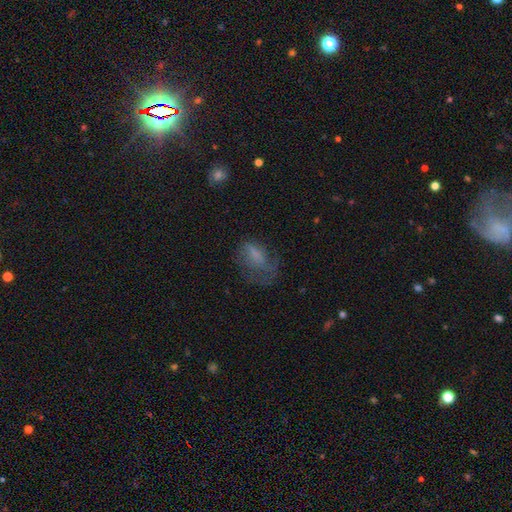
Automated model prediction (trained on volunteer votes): This is possibly a smooth galaxy (54%). How rounded: likely in between (80%). Merging: marginally major disturbance (40%).